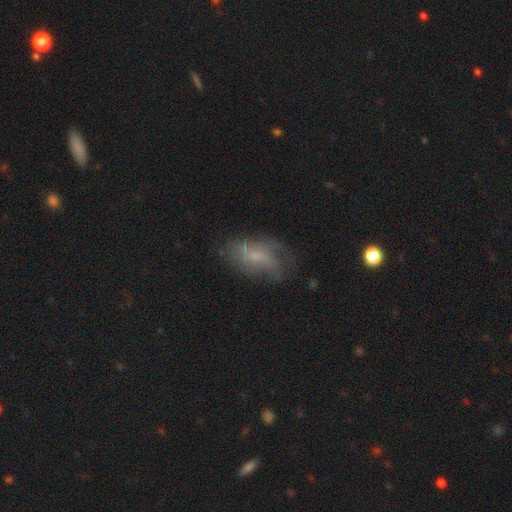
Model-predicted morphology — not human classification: Q: Smooth or featured?
A: featured or disk (57%); runner-up: smooth (33%)
Q: Edge-on disk?
A: no (93%); runner-up: yes (7%)
Q: Bar?
A: no (54%); runner-up: weak (39%)
Q: Spiral arms?
A: yes (74%); runner-up: no (26%)
Q: Bulge size?
A: small (45%); runner-up: moderate (27%)
Q: Merging?
A: none (58%); runner-up: minor disturbance (24%)